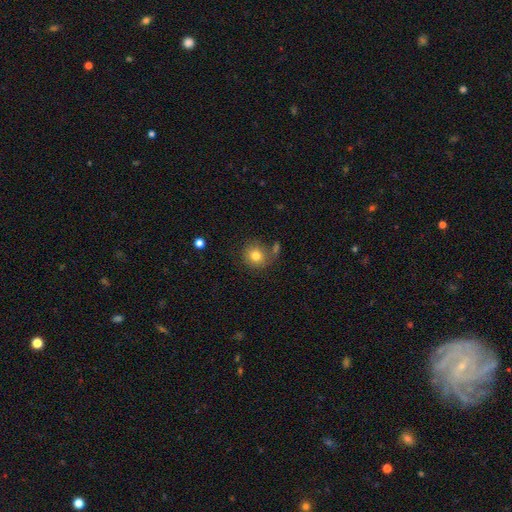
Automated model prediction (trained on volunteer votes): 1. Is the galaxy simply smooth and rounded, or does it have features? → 80% smooth, 10% featured or disk, 10% star or artifact.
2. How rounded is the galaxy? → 87% round, 12% in between, 1% cigar-shaped.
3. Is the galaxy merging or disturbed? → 71% none, 14% minor disturbance, 10% merger, 5% major disturbance.